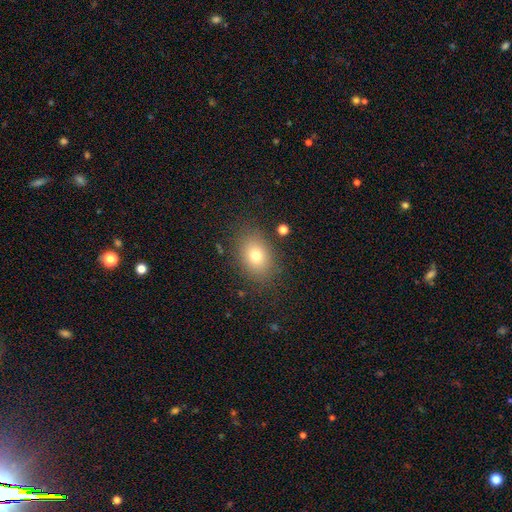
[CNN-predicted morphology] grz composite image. It shows a smooth galaxy with no disk features (75%) that is in between round and cigar-shaped (67%). Merging: none (83%).